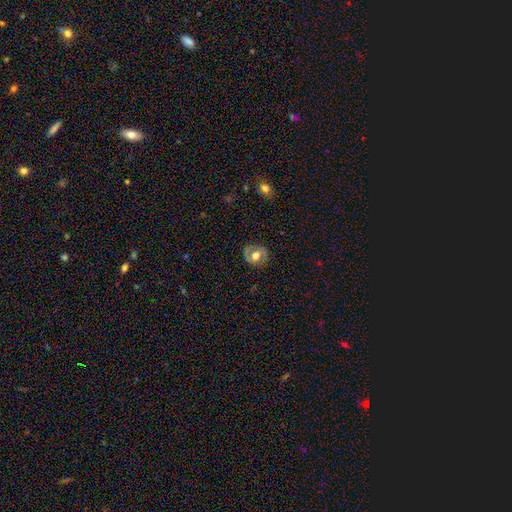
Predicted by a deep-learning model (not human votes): This is possibly a featured or disk galaxy (48%). Merging: likely none (79%).